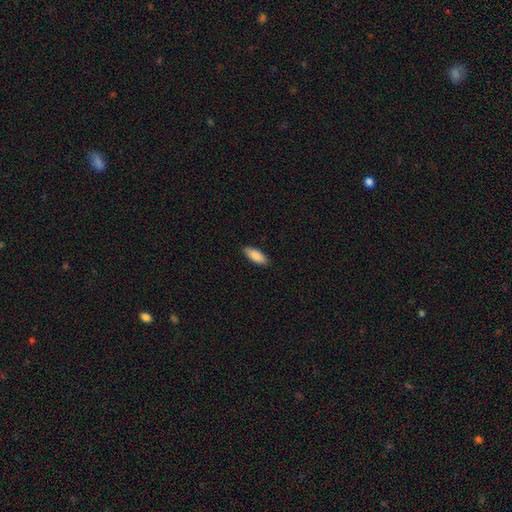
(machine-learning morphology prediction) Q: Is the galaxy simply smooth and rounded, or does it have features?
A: smooth — 89%.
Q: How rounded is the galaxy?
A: in between — 79%.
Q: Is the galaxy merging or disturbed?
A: none — 87%.